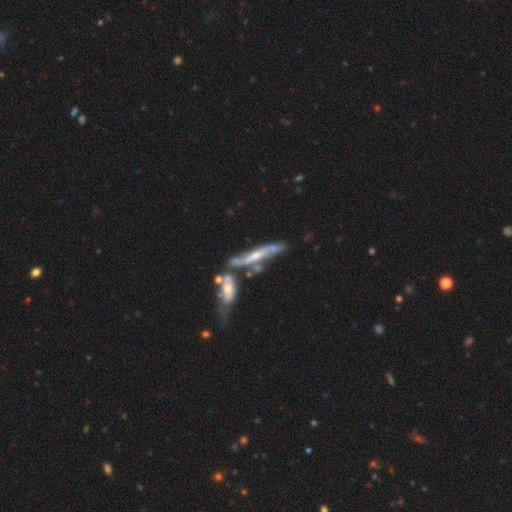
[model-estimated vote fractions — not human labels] A featured or disk galaxy (74%) viewed edge-on (65%). Merging: merger (37%, tied with none).